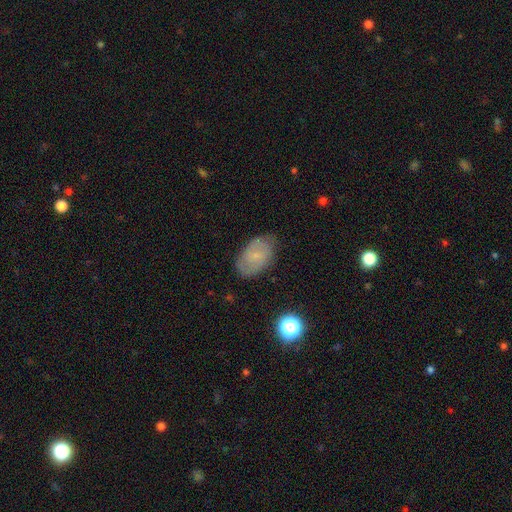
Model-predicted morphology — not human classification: Smooth or featured?
  - smooth: 47% *
  - featured or disk: 43%
  - star or artifact: 9%
Merging?
  - none: 77% *
  - minor disturbance: 18%
  - major disturbance: 5%
  - merger: 1%